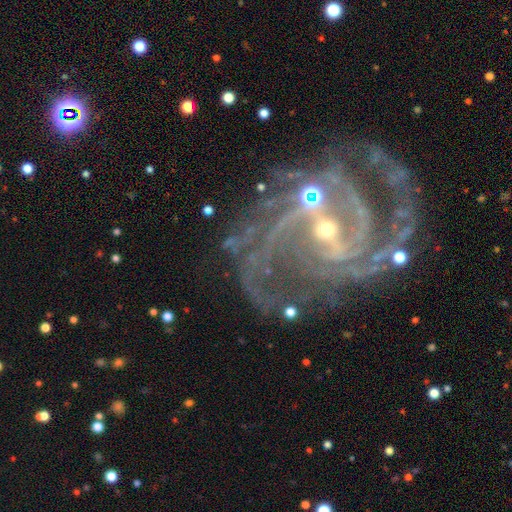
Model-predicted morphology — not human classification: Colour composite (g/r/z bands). It shows a featured or disk galaxy (91%) with a strong bar (41%), 2 (41%) medium (49%) spiral arms (98%) and a small central bulge (71%). Merging: none (60%).